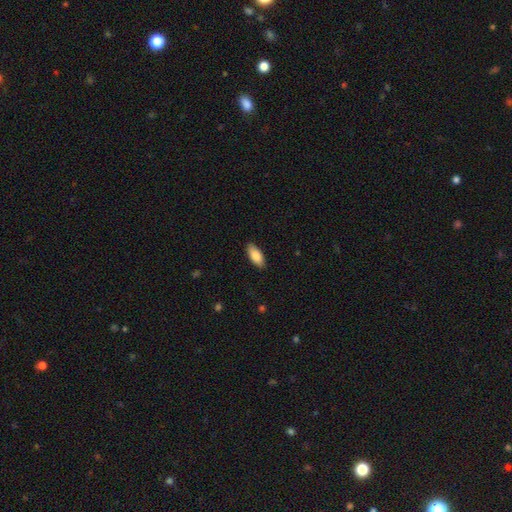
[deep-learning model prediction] This appears to be a smooth galaxy with no disk features (87%) that is in between round and cigar-shaped (85%). Merging: none (88%).